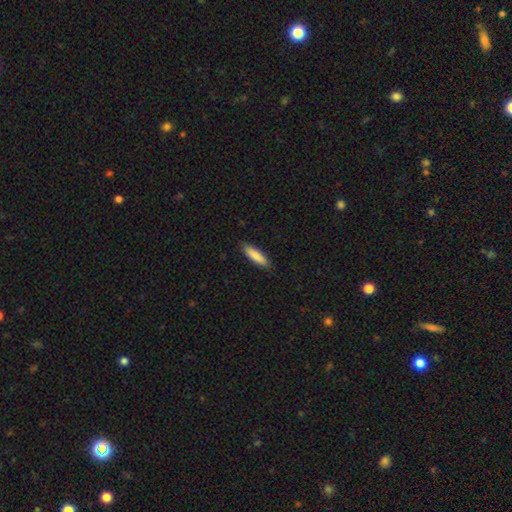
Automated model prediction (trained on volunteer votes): A smooth galaxy with no disk features (86%) that is cigar-shaped (67%). Merging: none (88%).